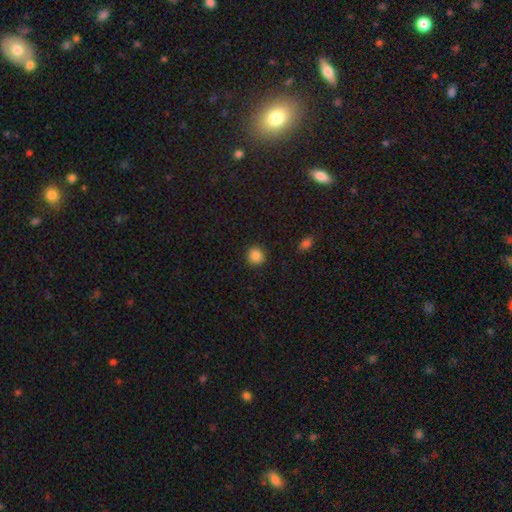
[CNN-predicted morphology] Smooth or featured? Predicted: smooth (p=0.87). How rounded? Predicted: round (p=0.89). Merging? Predicted: none (p=0.91).